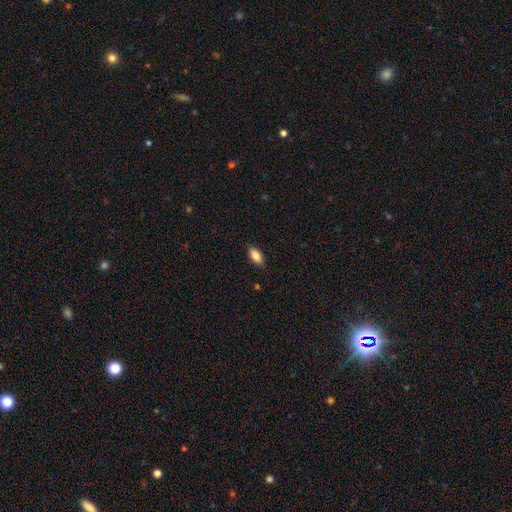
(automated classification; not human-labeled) Smooth or featured? smooth (84%)
How rounded? in between (89%)
Merging? none (86%)